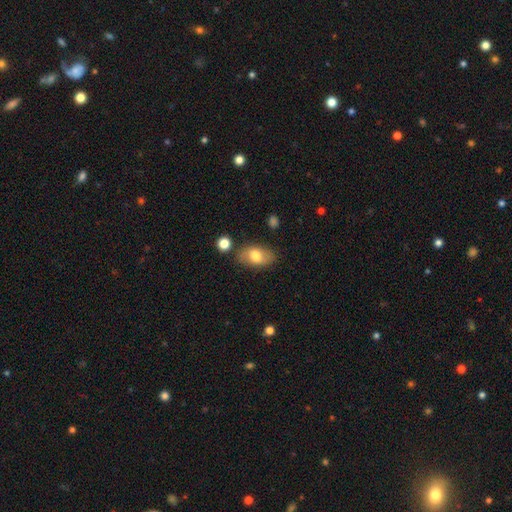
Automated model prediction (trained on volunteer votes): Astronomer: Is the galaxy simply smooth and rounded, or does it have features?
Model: smooth — 74%.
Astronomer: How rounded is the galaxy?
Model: in between — 90%.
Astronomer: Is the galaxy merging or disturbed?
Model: none — 77%.